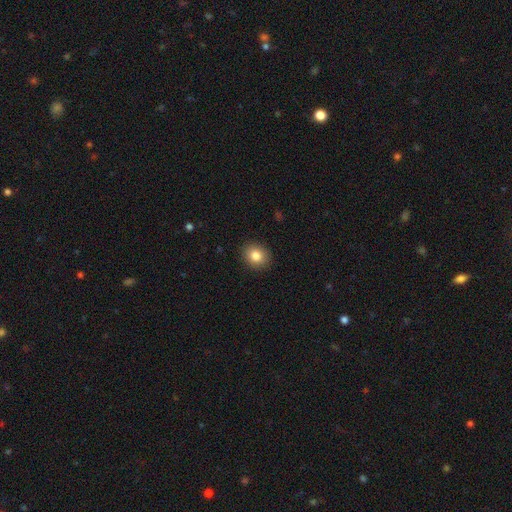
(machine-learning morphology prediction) This is clearly a smooth galaxy (83%). How rounded: likely round (68%). Merging: clearly none (91%).